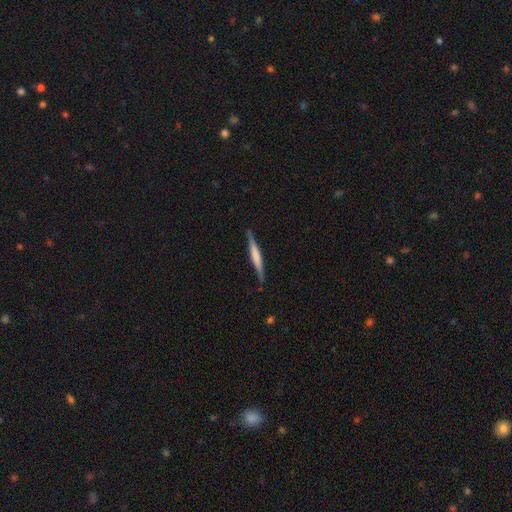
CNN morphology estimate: featured or disk 55%, smooth 40%, star or artifact 5%. Down the decision tree: edge-on disk — yes (97%); edge-on bulge — none (37%); merging — none (87%).